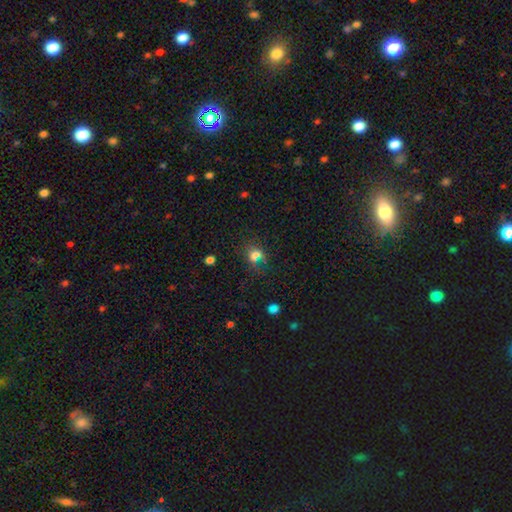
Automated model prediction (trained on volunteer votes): The model was most divided on "how rounded": round: 56%, in between: 41%, cigar-shaped: 3%. More confident: smooth or featured — smooth (63%); merging — none (59%).